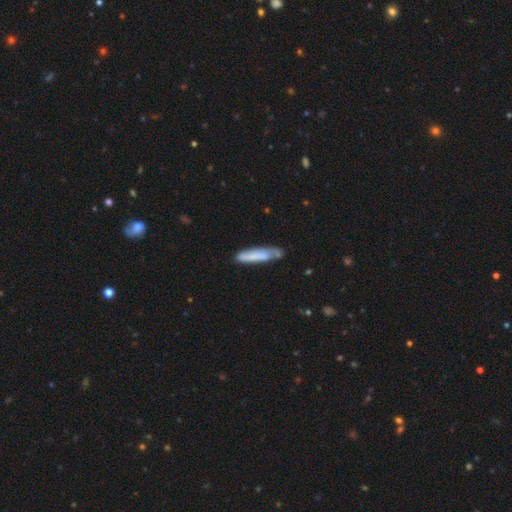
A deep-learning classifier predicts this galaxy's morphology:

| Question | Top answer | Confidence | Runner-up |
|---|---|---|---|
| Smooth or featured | smooth | 69% | featured or disk (25%) |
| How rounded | cigar-shaped | 86% | in between (13%) |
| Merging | none | 64% | minor disturbance (25%) |